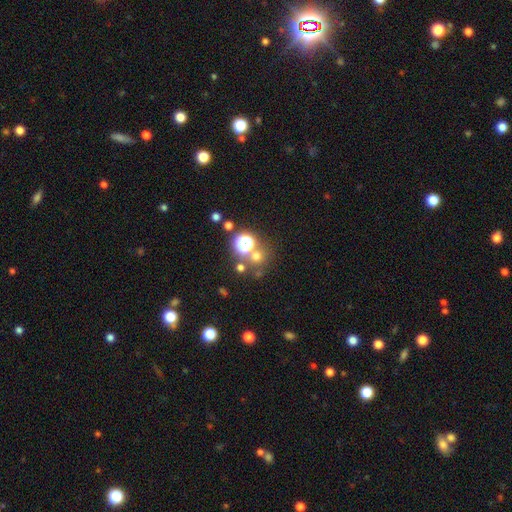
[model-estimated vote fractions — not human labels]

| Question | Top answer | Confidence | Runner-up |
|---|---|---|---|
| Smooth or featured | smooth | 57% | star or artifact (33%) |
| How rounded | round | 89% | in between (10%) |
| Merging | none | 69% | merger (18%) |